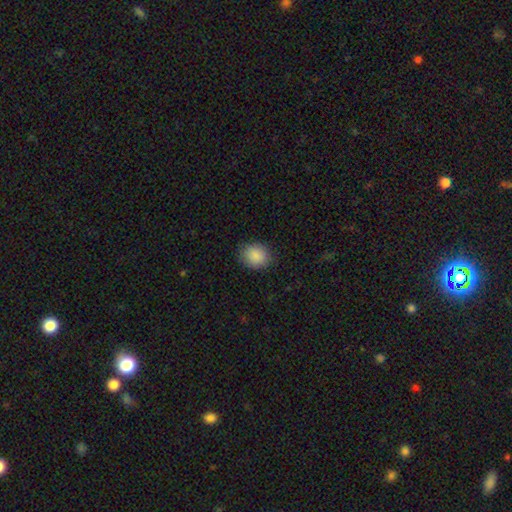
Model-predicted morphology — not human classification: type=smooth (88%); roundness=round (65%); merging=none (86%).